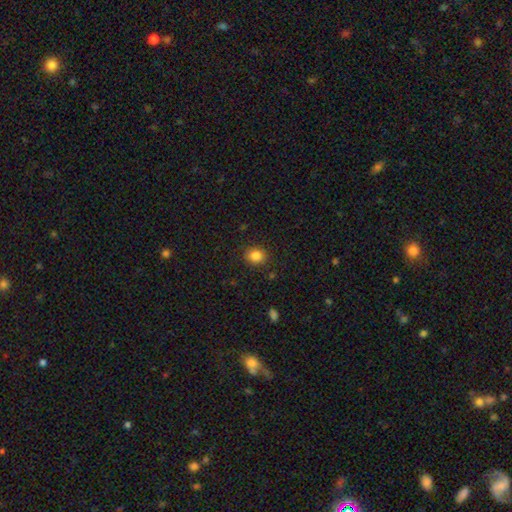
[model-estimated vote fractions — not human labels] This is clearly a smooth galaxy (85%). How rounded: likely round (69%). Merging: clearly none (88%).